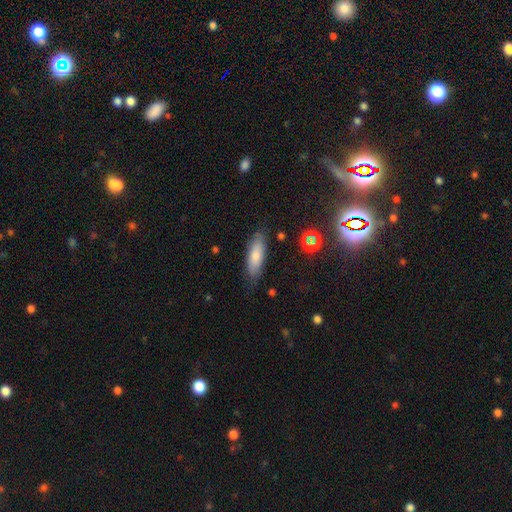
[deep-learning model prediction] A smooth galaxy with no disk features (77%) that is in between round and cigar-shaped (60%).

Vote fractions:
- Smooth or featured? smooth: 77% / featured or disk: 16% / star or artifact: 8%
- How rounded? in between: 60% / cigar-shaped: 38% / round: 2%
- Merging? none: 78% / minor disturbance: 16% / major disturbance: 4% / merger: 2%